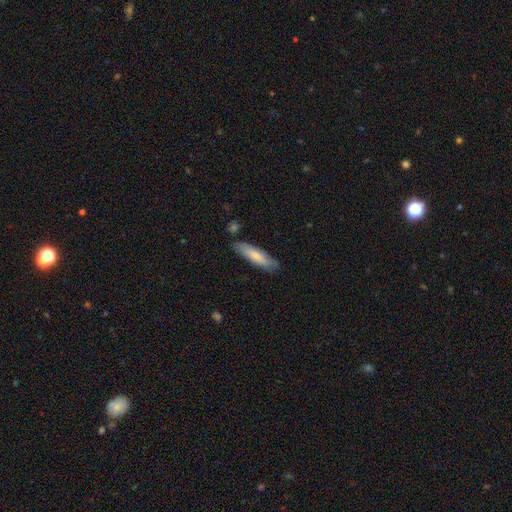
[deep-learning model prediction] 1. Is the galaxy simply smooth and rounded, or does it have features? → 72% smooth, 22% featured or disk, 5% star or artifact.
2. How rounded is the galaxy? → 70% cigar-shaped, 28% in between, 1% round.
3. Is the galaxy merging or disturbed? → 81% none, 14% minor disturbance, 3% merger, 2% major disturbance.